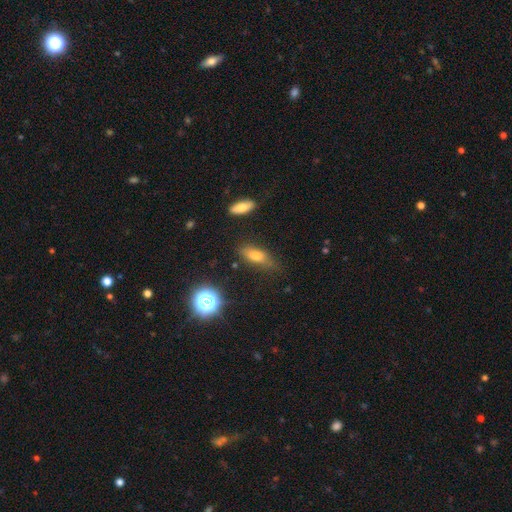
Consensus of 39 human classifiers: Q: Smooth or featured?
A: smooth (69%); runner-up: featured or disk (18%)
Q: How rounded?
A: in between (67%); runner-up: cigar-shaped (26%)
Q: Merging?
A: none (53%); runner-up: minor disturbance (38%)